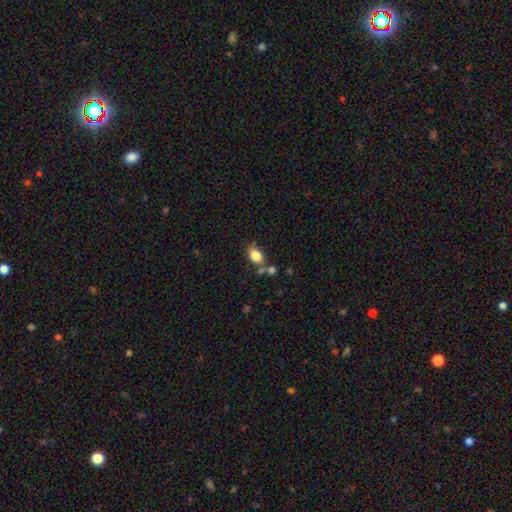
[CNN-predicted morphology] type=smooth (80%); roundness=in between (73%); merging=none (50%).